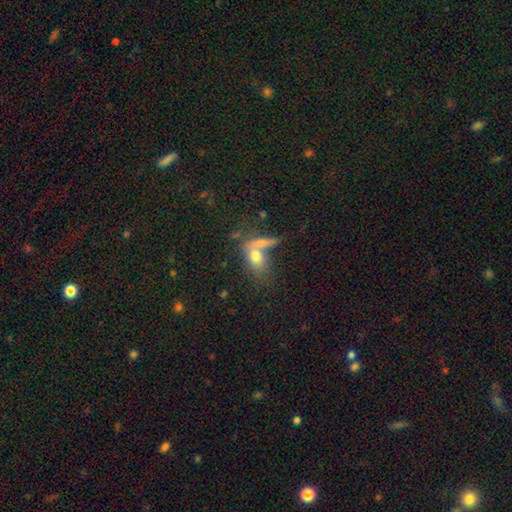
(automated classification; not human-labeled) smooth 72%, featured or disk 19%, star or artifact 9%. Down the decision tree: how rounded — in between (73%); merging — merger (43%).